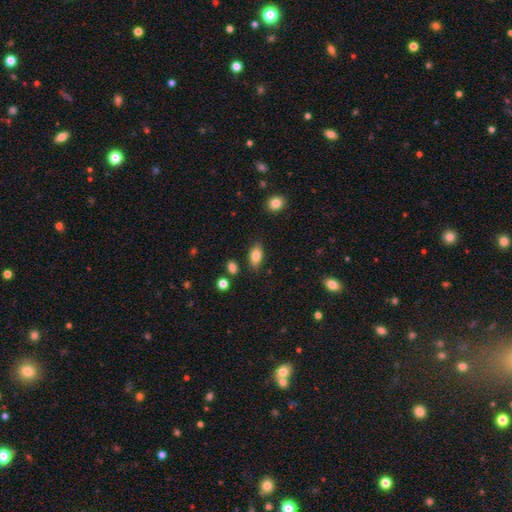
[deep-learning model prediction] smooth 84%, star or artifact 8%, featured or disk 8%. Down the decision tree: how rounded — in between (90%); merging — none (83%).